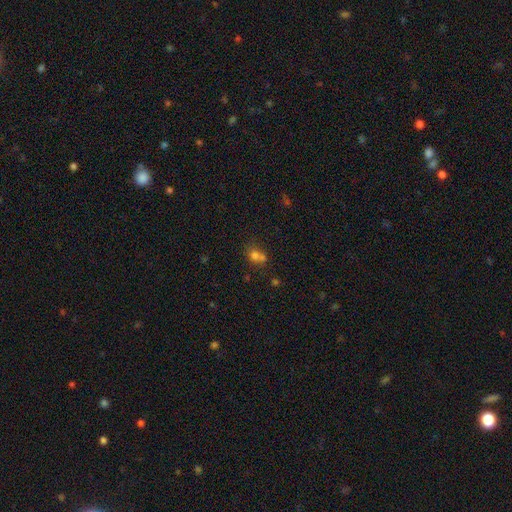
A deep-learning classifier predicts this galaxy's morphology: Smooth or featured? Predicted: smooth (p=0.70). How rounded? Predicted: round (p=0.64). Merging? Predicted: merger (p=0.52).